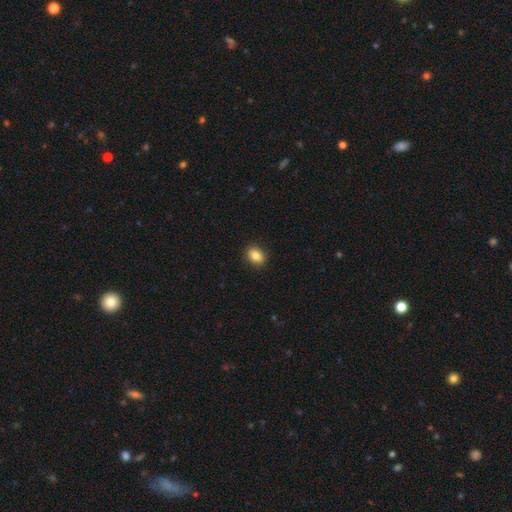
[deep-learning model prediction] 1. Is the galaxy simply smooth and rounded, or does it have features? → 85% smooth, 9% star or artifact, 6% featured or disk.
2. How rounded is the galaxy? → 68% in between, 31% round, 1% cigar-shaped.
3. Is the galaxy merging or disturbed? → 91% none, 7% minor disturbance, 2% major disturbance, 1% merger.